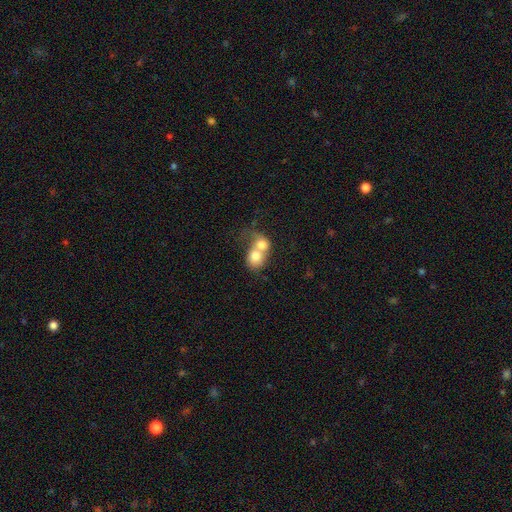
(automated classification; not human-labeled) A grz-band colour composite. It shows a smooth galaxy with no disk features (70%) that is round (61%). Merging: merger (81%).